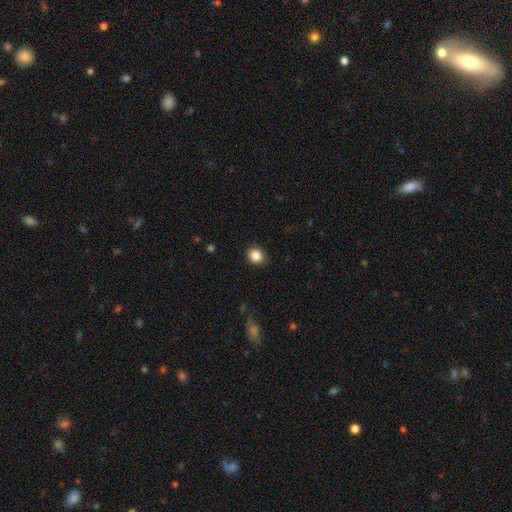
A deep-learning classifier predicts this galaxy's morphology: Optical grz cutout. It shows a smooth galaxy with no disk features (86%) that is round (73%). Merging: none (89%).